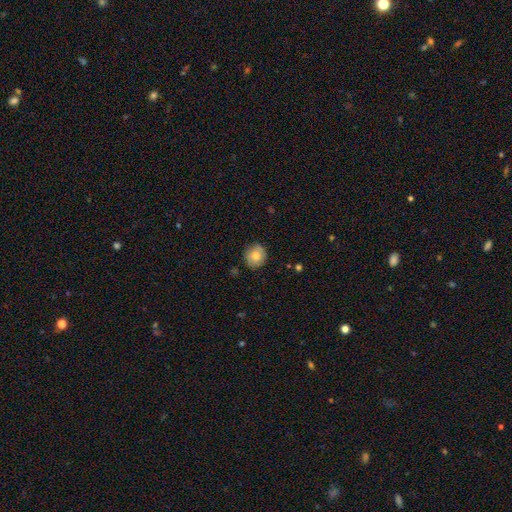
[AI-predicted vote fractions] smooth-or-featured: smooth: 75% | featured or disk: 17% | star or artifact: 8%
  how-rounded: round: 81% | in between: 18% | cigar-shaped: 1%
  merging: none: 82% | minor disturbance: 14% | major disturbance: 3% | merger: 1%